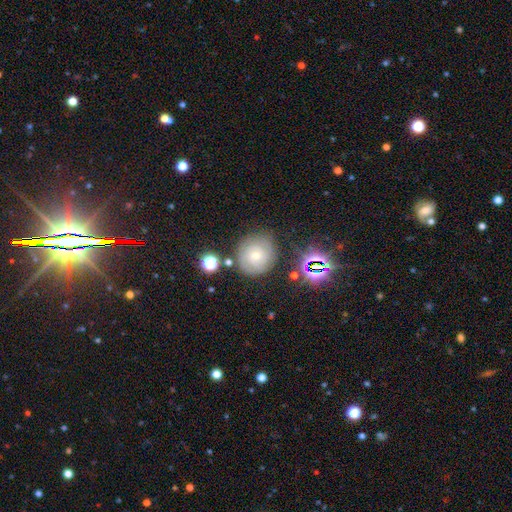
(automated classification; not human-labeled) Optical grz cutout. It shows a featured or disk galaxy (55%) with no bar (78%), spiral arms (83%) and a small central bulge (59%). Merging: none (78%).